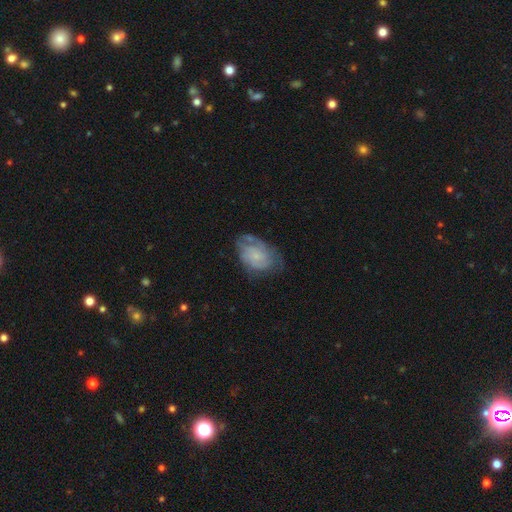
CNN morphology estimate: Q: Smooth or featured?
A: featured or disk (64%); runner-up: smooth (29%)
Q: Edge-on disk?
A: no (97%); runner-up: yes (3%)
Q: Bar?
A: no (78%); runner-up: weak (20%)
Q: Spiral arms?
A: yes (82%); runner-up: no (18%)
Q: Spiral winding?
A: tight (52%); runner-up: medium (35%)
Q: Spiral arm count?
A: can't tell (43%); runner-up: 2 (27%)
Q: Bulge size?
A: small (71%); runner-up: moderate (14%)
Q: Merging?
A: none (53%); runner-up: minor disturbance (28%)